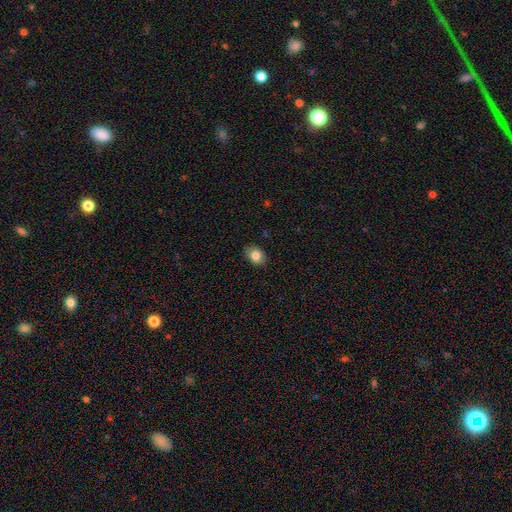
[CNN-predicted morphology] A smooth galaxy with no disk features (84%) that is in between round and cigar-shaped (68%). Merging: none (85%).